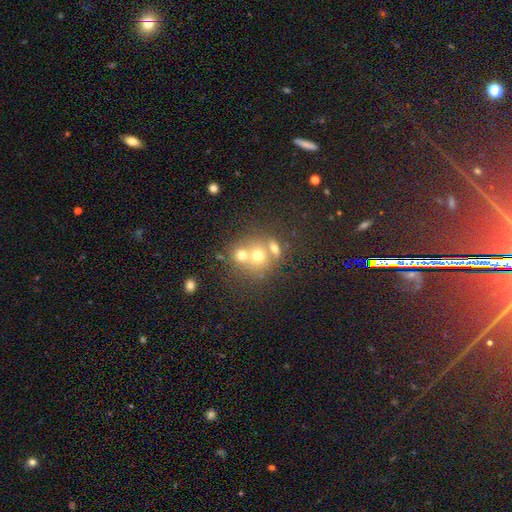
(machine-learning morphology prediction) Overall: smooth (61%; featured or disk 22%). How rounded: round (78%). Merging: merger (54%; none 35%).